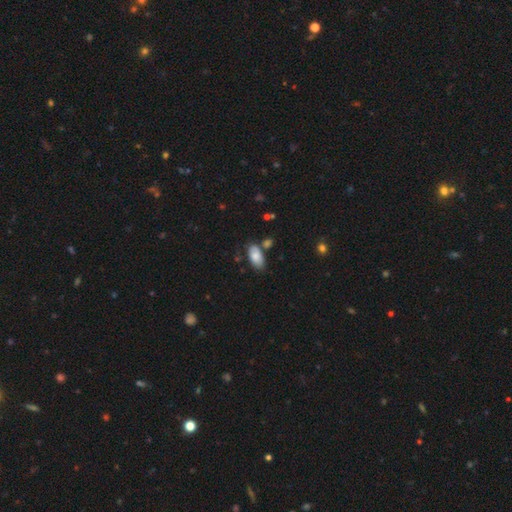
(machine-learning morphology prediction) Smooth or featured?
  - smooth: 80% *
  - featured or disk: 13%
  - star or artifact: 7%
How rounded?
  - in between: 93% *
  - cigar-shaped: 4%
  - round: 3%
Merging?
  - none: 64% *
  - minor disturbance: 21%
  - merger: 10%
  - major disturbance: 5%